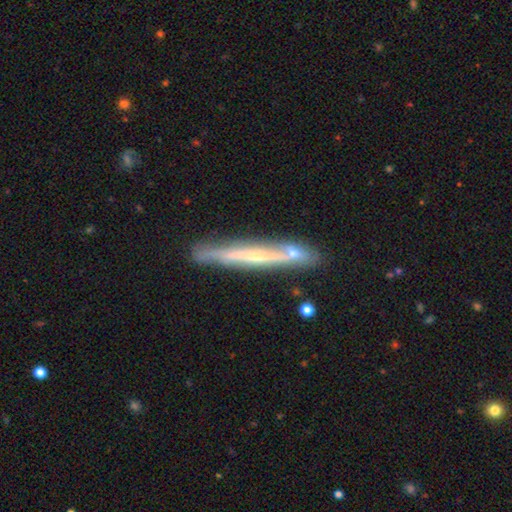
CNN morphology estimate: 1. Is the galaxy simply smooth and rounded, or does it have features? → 70% featured or disk, 24% smooth, 6% star or artifact.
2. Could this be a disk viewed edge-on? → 90% yes, 10% no.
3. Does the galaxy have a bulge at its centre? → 59% none, 32% rounded, 9% boxy.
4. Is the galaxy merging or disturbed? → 76% none, 14% minor disturbance, 7% merger, 3% major disturbance.